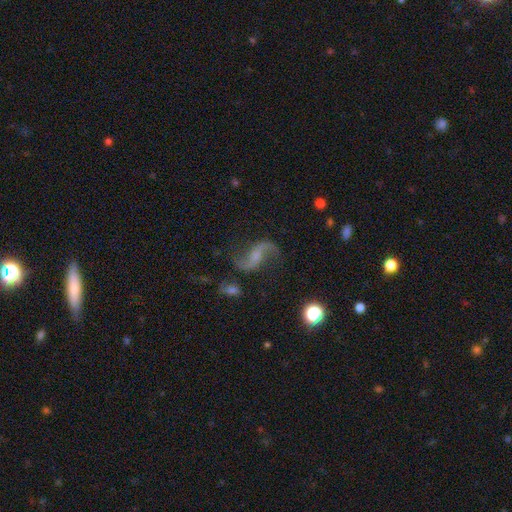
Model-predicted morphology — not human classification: featured or disk 86%, star or artifact 7%, smooth 6%. Down the decision tree: edge-on disk — no (97%); bar — no (43%); spiral arms — yes (96%); spiral arm count — 2 (93%); spiral winding — loose (89%); bulge size — small (46%); merging — none (75%).